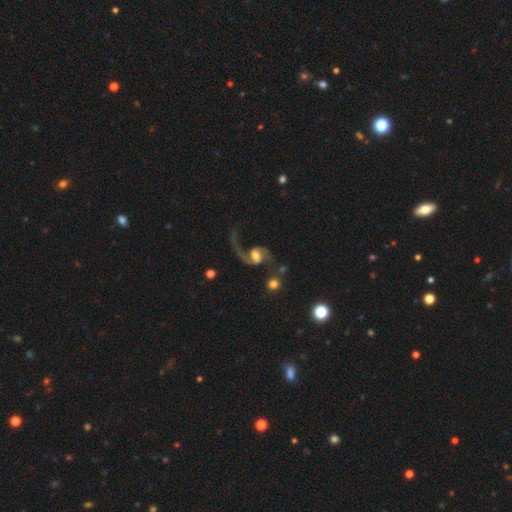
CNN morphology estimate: The model was most divided on "bar": weak: 49%, no: 32%, strong: 19%. More confident: edge-on disk — no (98%); spiral arms — yes (96%); spiral arm count — 2 (88%); smooth or featured — featured or disk (88%); spiral winding — loose (75%); merging — none (56%); bulge size — moderate (53%).